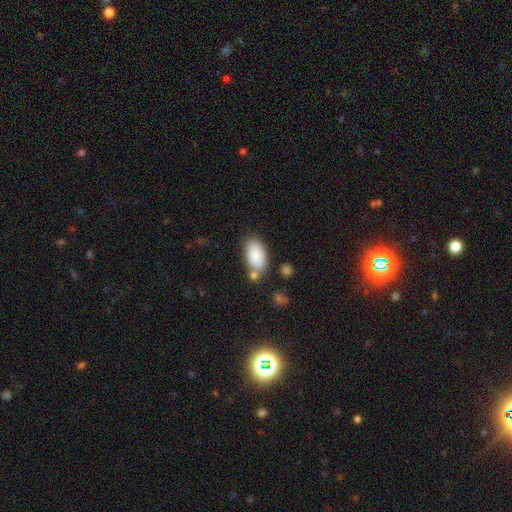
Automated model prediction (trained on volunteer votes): smooth_or_featured: smooth (p=0.87) [alt: featured or disk p=0.06]
how_rounded: in between (p=0.95) [alt: round p=0.03]
merging: none (p=0.65) [alt: merger p=0.16]